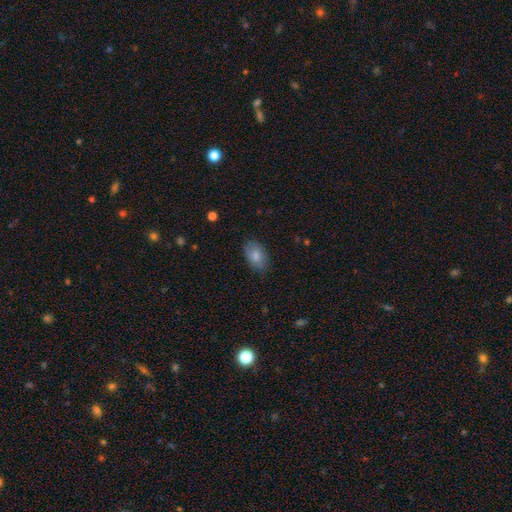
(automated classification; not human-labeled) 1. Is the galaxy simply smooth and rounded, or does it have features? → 81% smooth, 12% featured or disk, 7% star or artifact.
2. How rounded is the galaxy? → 90% in between, 9% round, 1% cigar-shaped.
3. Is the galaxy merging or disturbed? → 82% none, 14% minor disturbance, 3% major disturbance, 1% merger.